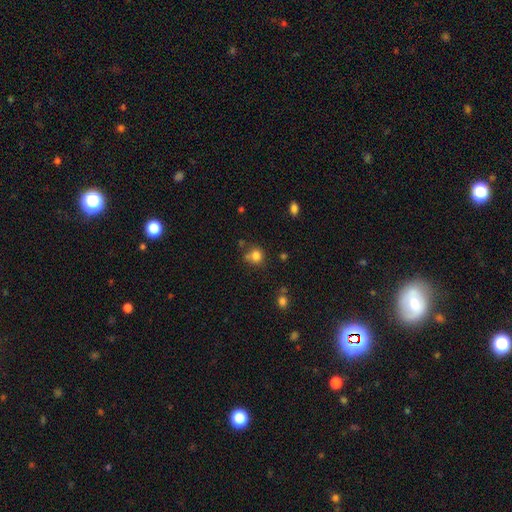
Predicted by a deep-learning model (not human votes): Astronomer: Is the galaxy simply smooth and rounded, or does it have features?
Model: smooth — 80%.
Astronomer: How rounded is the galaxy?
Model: round — 83%.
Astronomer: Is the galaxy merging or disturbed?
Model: none — 63%.